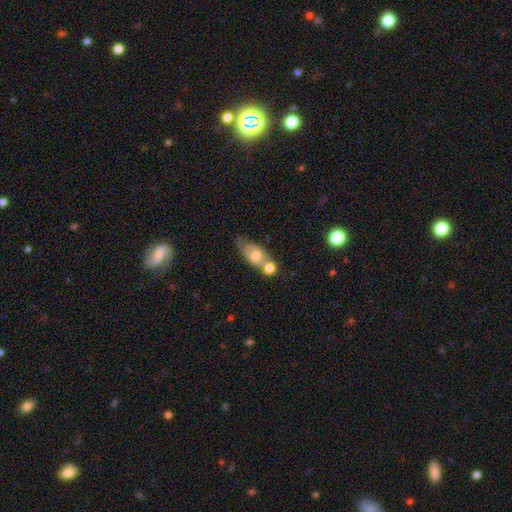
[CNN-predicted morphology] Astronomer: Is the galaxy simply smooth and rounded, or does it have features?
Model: smooth — 64%.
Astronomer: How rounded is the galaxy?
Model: in between — 71%.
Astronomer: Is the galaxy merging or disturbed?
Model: merger — 55%.